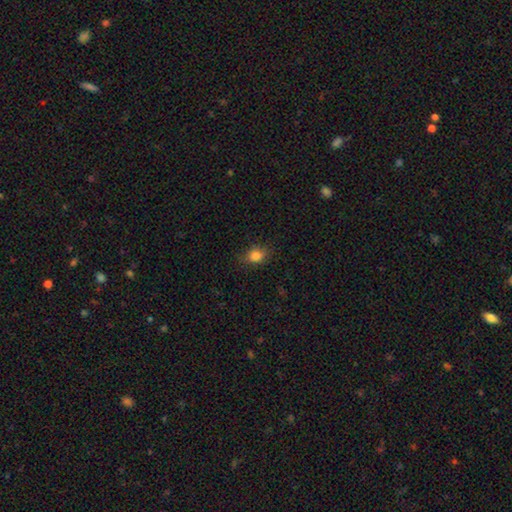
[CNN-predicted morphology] Overall: smooth (83%). How rounded: in between (52%; round 47%). Merging: none (81%).